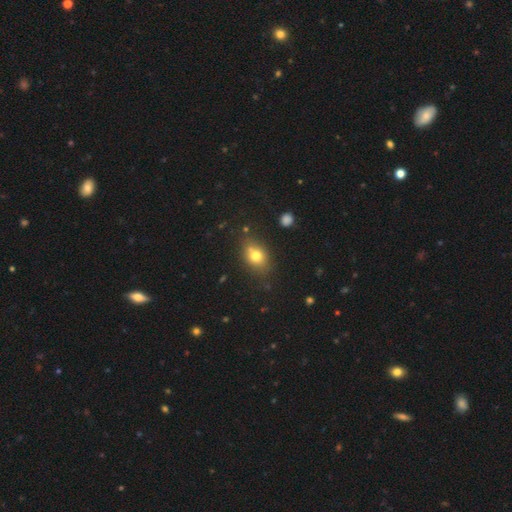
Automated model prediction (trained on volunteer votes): The model was most divided on "how rounded": in between: 68%, round: 29%, cigar-shaped: 2%. More confident: smooth or featured — smooth (75%); merging — none (72%).